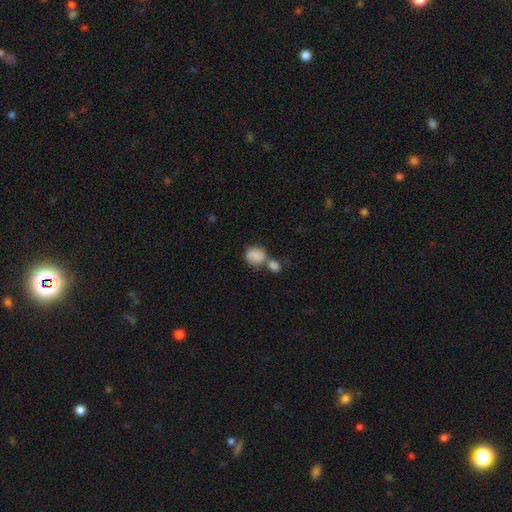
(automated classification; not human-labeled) Smooth or featured? smooth (85%)
How rounded? round (53%)
Merging? merger (52%)